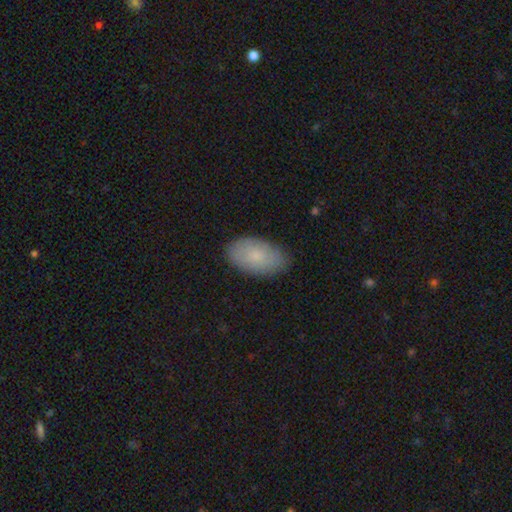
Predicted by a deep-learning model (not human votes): Morphology: type=smooth (79%); roundness=in between (95%); merging=none (83%).